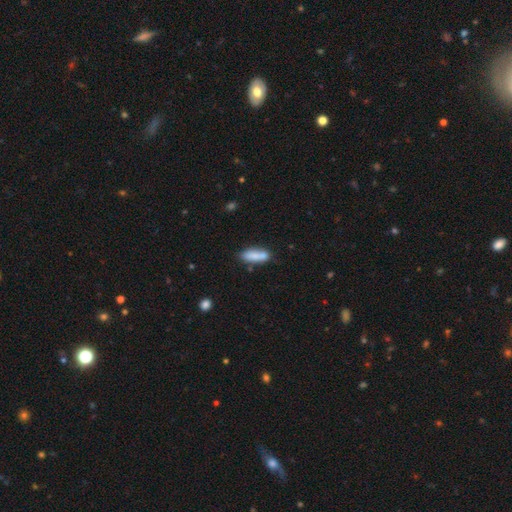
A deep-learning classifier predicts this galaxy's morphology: Smooth or featured: smooth — 82% (featured or disk — 11%)
How rounded: cigar-shaped — 49% (tied with in between — 49%)
Merging: none — 66% (minor disturbance — 19%)